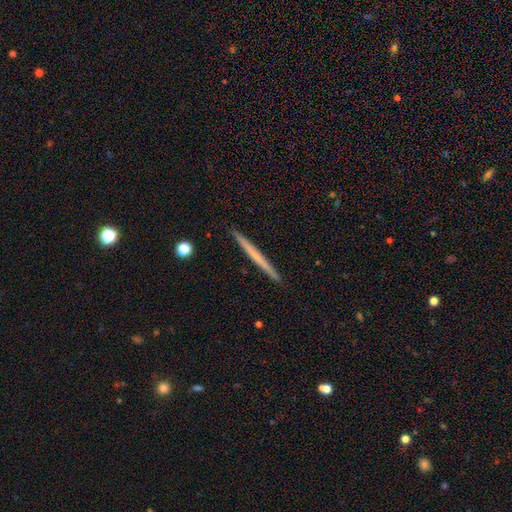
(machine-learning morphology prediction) type=smooth (51%); roundness=cigar-shaped (97%); merging=none (93%).